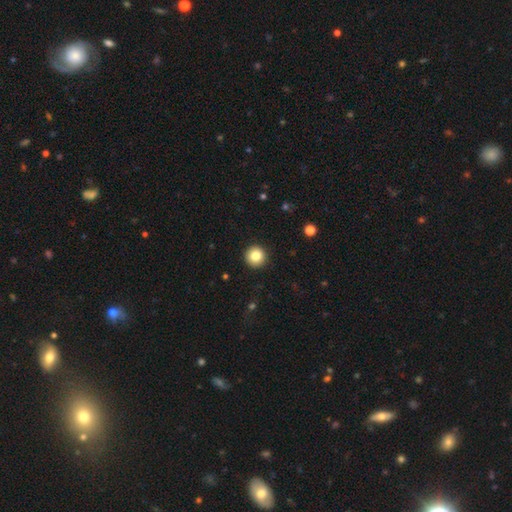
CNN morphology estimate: smooth-or-featured: smooth: 83% | star or artifact: 10% | featured or disk: 7%
  how-rounded: round: 96% | in between: 3% | cigar-shaped: 1%
  merging: none: 93% | minor disturbance: 5% | major disturbance: 2% | merger: 1%